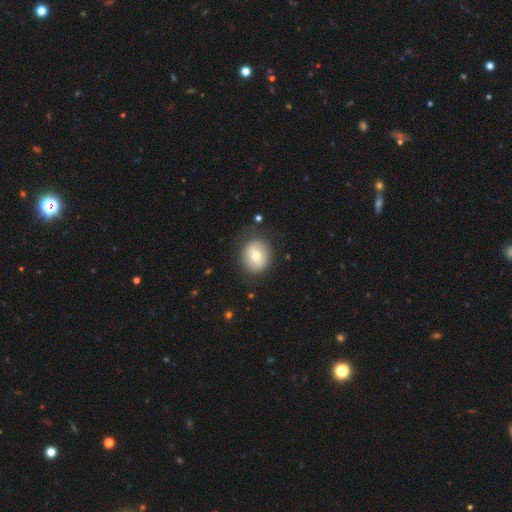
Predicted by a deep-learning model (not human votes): smooth_or_featured: smooth (p=0.66) [alt: featured or disk p=0.26]
how_rounded: round (p=0.72) [alt: in between p=0.27]
merging: none (p=0.80) [alt: minor disturbance p=0.13]